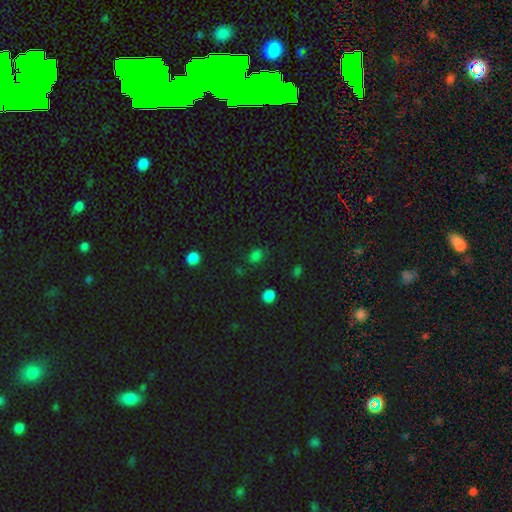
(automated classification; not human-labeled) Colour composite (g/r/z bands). It shows a smooth galaxy with no disk features (73%) that is in between round and cigar-shaped (54%). Merging: none (76%).